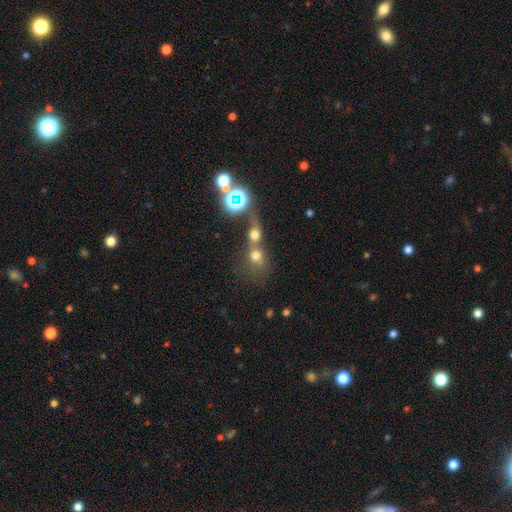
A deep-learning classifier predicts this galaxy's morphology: Smooth or featured?
  - smooth: 62% *
  - star or artifact: 22%
  - featured or disk: 16%
How rounded?
  - round: 71% *
  - in between: 27%
  - cigar-shaped: 2%
Merging?
  - merger: 61% *
  - none: 26%
  - major disturbance: 7%
  - minor disturbance: 6%